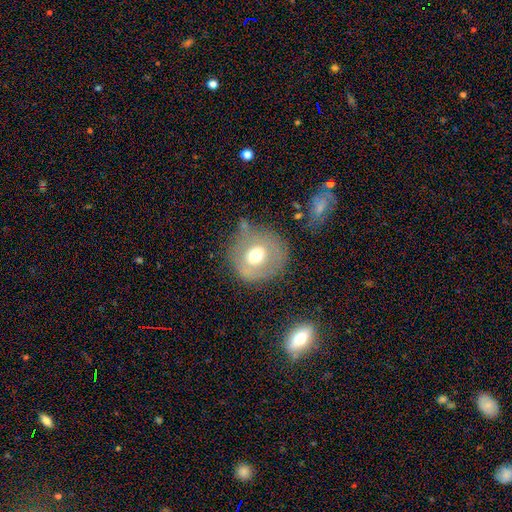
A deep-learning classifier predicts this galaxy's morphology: smooth-or-featured: smooth: 57% | featured or disk: 33% | star or artifact: 10%
  how-rounded: round: 88% | in between: 11% | cigar-shaped: 1%
  merging: none: 66% | minor disturbance: 19% | major disturbance: 10% | merger: 5%